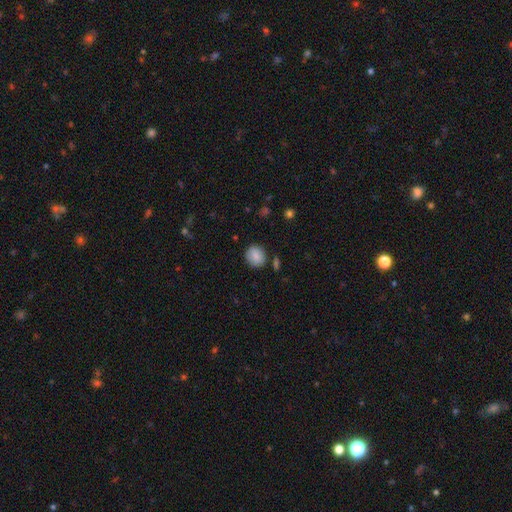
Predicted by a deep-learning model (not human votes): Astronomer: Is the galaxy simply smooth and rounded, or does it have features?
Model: smooth — 85%.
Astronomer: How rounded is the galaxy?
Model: round — 75%.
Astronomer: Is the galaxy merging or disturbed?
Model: none — 82%.